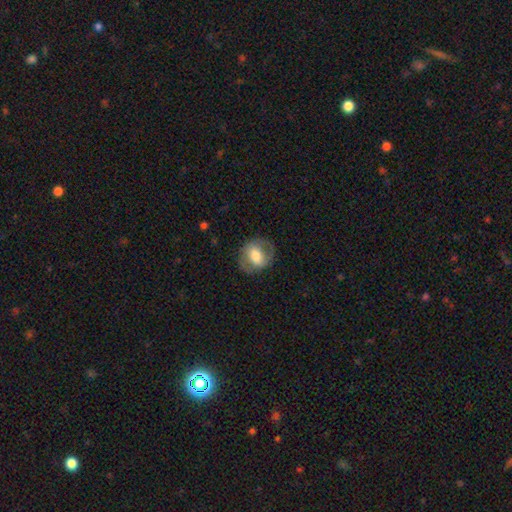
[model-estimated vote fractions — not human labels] This is possibly a smooth galaxy (55%). How rounded: possibly round (54%). Merging: likely none (75%).